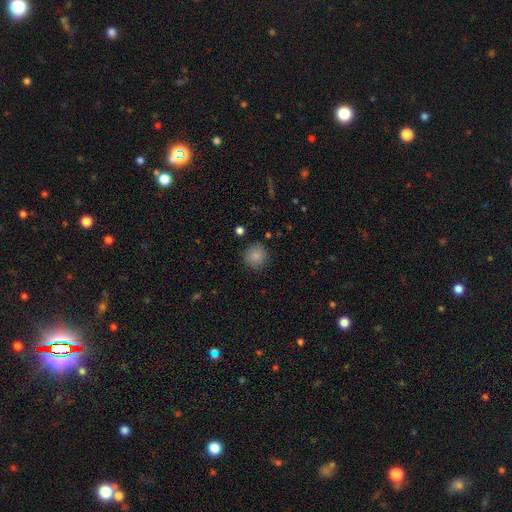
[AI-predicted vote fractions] Morphology: type=smooth (86%); roundness=round (90%); merging=none (86%).